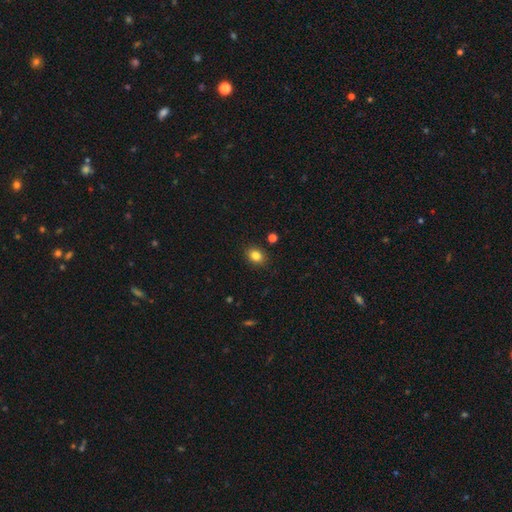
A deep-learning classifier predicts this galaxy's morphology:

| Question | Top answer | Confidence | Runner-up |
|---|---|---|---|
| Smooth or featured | smooth | 82% | star or artifact (11%) |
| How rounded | in between | 51% | round (49%) |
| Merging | none | 88% | minor disturbance (8%) |